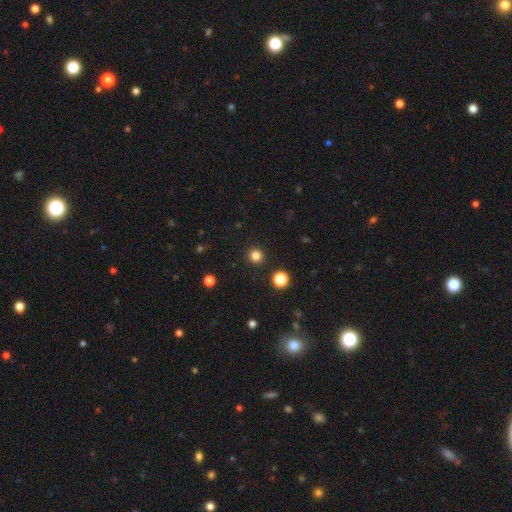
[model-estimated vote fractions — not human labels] A smooth galaxy with no disk features (82%) that is round (95%).

Vote fractions:
- Smooth or featured? smooth: 82% / star or artifact: 14% / featured or disk: 4%
- How rounded? round: 95% / in between: 4% / cigar-shaped: 1%
- Merging? none: 92% / minor disturbance: 4% / major disturbance: 2% / merger: 1%